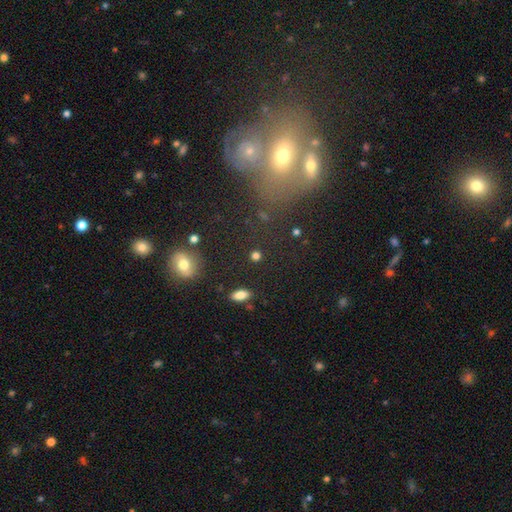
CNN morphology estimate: type=smooth (76%); roundness=round (81%); merging=none (84%).